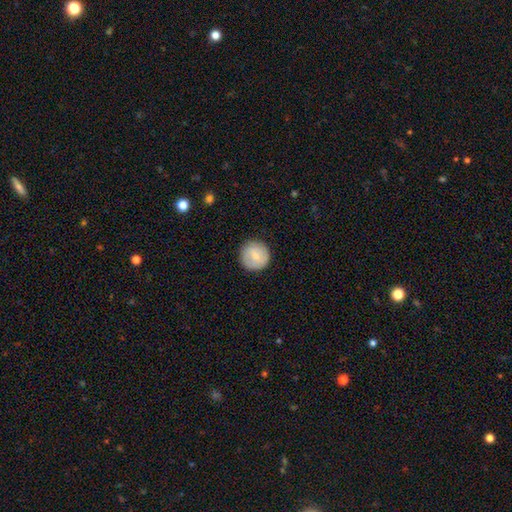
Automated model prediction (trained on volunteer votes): Q: Smooth or featured?
A: smooth (74%); runner-up: featured or disk (19%)
Q: How rounded?
A: round (95%); runner-up: in between (4%)
Q: Merging?
A: none (88%); runner-up: minor disturbance (9%)